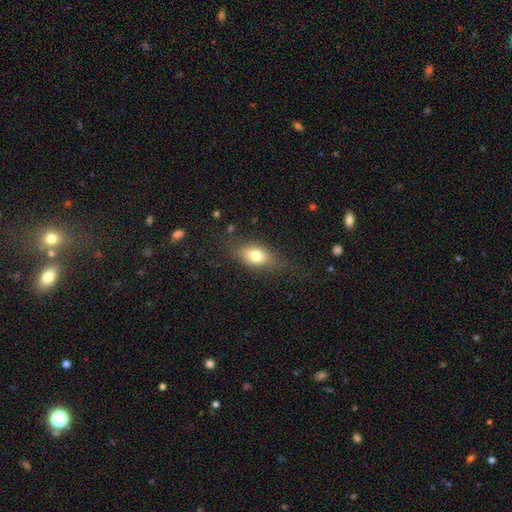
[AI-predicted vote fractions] Smooth or featured?
  - smooth: 73% *
  - featured or disk: 18%
  - star or artifact: 9%
How rounded?
  - in between: 80% *
  - round: 13%
  - cigar-shaped: 7%
Merging?
  - none: 70% *
  - minor disturbance: 21%
  - major disturbance: 8%
  - merger: 1%